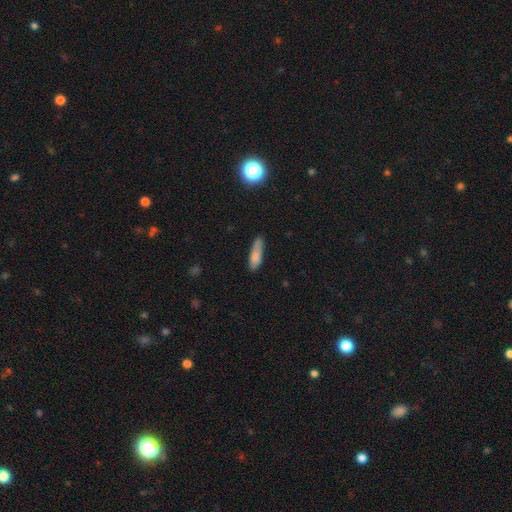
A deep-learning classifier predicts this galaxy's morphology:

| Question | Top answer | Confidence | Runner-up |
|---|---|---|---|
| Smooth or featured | smooth | 80% | featured or disk (13%) |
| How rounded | cigar-shaped | 61% | in between (37%) |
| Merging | none | 68% | minor disturbance (24%) |